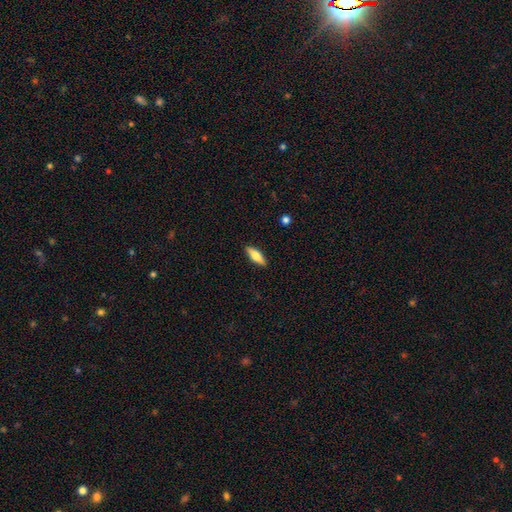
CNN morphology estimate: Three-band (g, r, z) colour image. It shows a smooth galaxy with no disk features (72%) that is in between round and cigar-shaped (56%). Merging: none (89%).